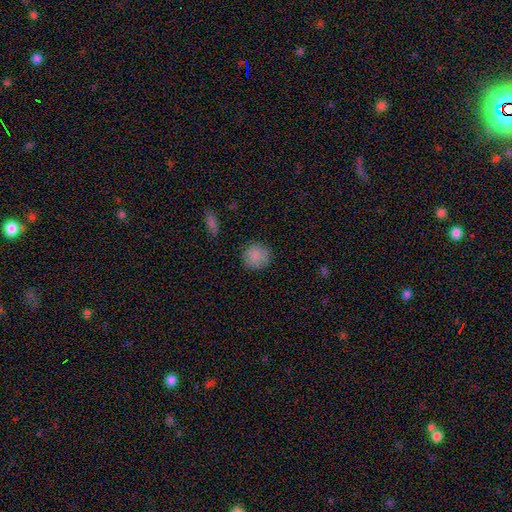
A smooth galaxy with no disk features (85%) that is round (94%). Merging: none (97%).